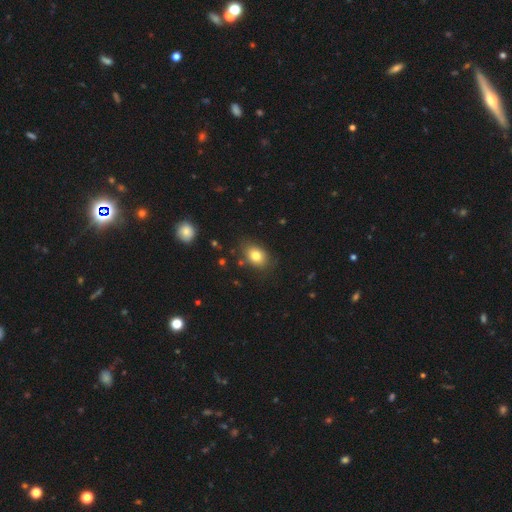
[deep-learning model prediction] smooth_or_featured: smooth (p=0.80) [alt: featured or disk p=0.11]
how_rounded: in between (p=0.75) [alt: round p=0.24]
merging: none (p=0.79) [alt: minor disturbance p=0.15]